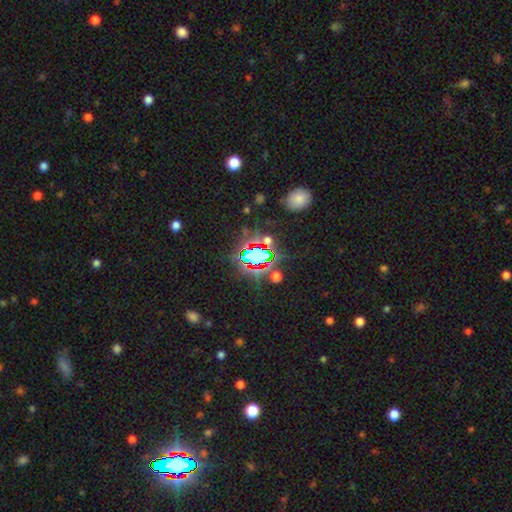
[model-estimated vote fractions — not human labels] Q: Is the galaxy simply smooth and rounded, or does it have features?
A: star or artifact — 73%.